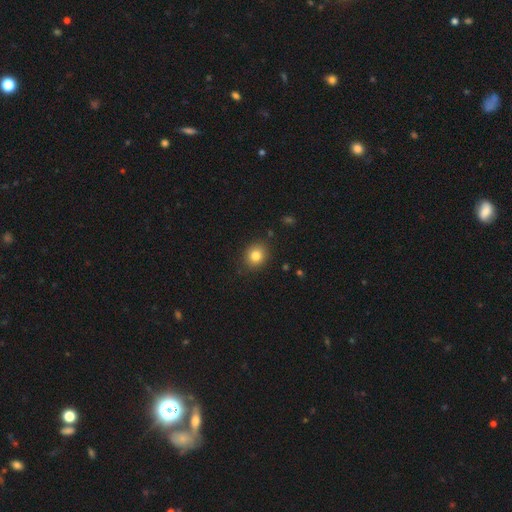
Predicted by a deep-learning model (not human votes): smooth 82%, star or artifact 11%, featured or disk 8%. Down the decision tree: how rounded — round (71%); merging — none (87%).